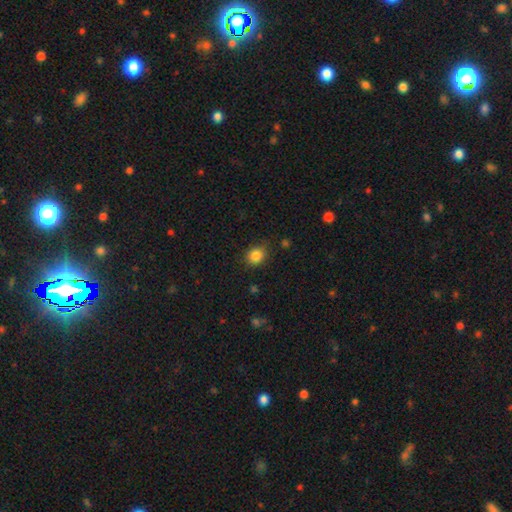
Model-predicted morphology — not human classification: smooth 85%, star or artifact 10%, featured or disk 4%. Down the decision tree: how rounded — round (71%); merging — none (83%).